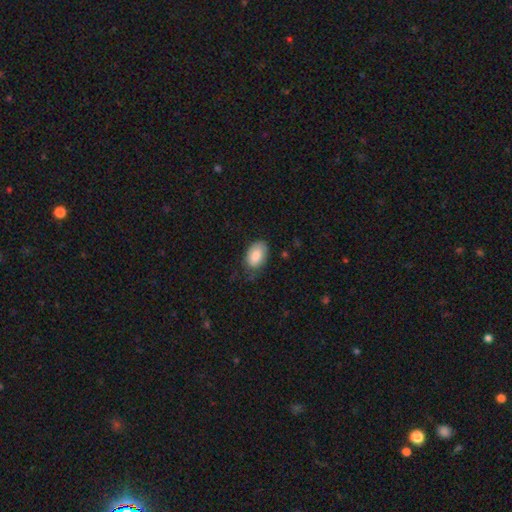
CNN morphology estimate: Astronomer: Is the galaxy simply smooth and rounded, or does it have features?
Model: smooth — 85%.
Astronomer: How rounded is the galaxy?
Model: in between — 92%.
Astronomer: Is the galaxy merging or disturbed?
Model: none — 66%.